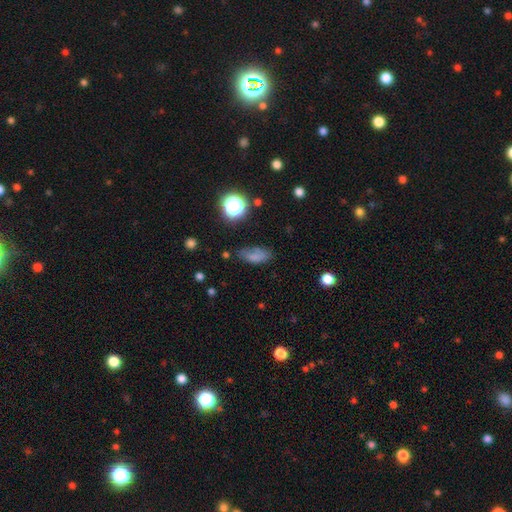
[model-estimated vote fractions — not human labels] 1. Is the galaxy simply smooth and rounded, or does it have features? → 72% smooth, 15% star or artifact, 13% featured or disk.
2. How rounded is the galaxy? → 81% in between, 12% cigar-shaped, 7% round.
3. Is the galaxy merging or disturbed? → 62% none, 25% minor disturbance, 10% major disturbance, 4% merger.